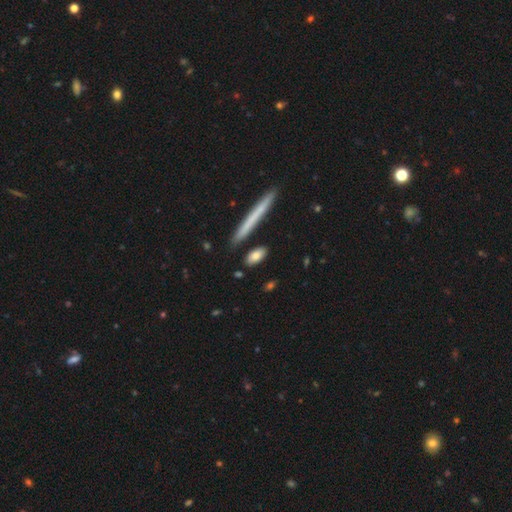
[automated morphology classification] This is likely a smooth galaxy (80%). How rounded: likely in between (73%). Merging: clearly none (83%).